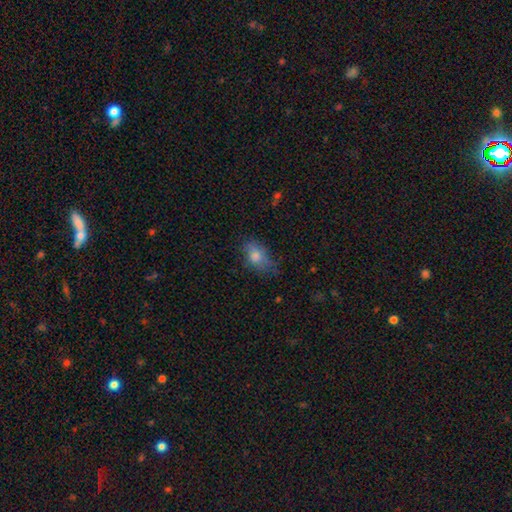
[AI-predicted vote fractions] Overall: smooth (70%). How rounded: in between (81%). Merging: none (58%; minor disturbance 29%).